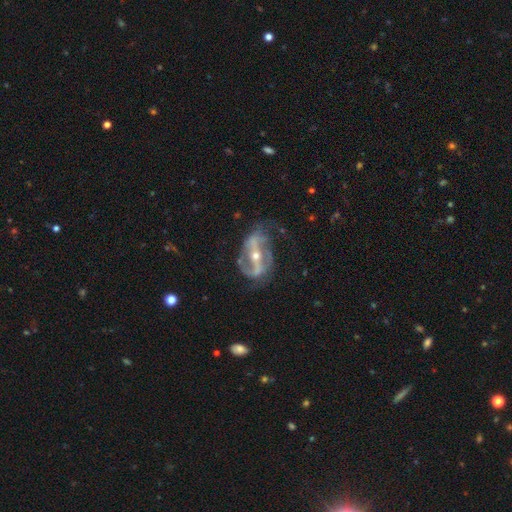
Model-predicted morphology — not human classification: Smooth or featured: featured or disk — 88% (smooth — 6%)
Edge-on disk: no — 93% (yes — 7%)
Bar: strong — 70% (weak — 19%)
Spiral arms: yes — 88% (no — 12%)
Spiral winding: medium — 42% (loose — 37%)
Spiral arm count: 2 — 82% (can't tell — 8%)
Bulge size: small — 51% (moderate — 46%)
Merging: none — 59% (minor disturbance — 22%)